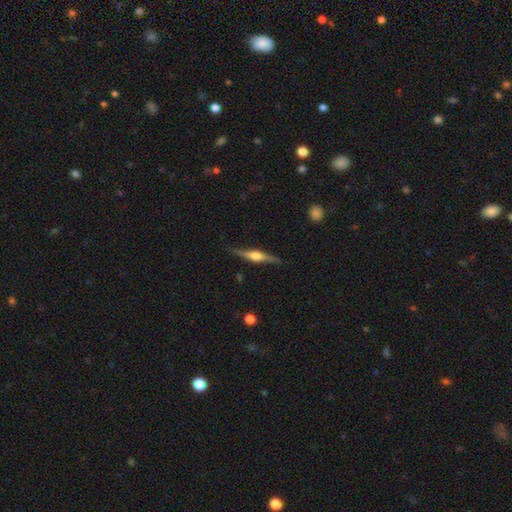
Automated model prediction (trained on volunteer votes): This is likely a featured or disk galaxy (76%). It is clearly viewed edge-on (97%). Edge-on bulge: clearly rounded (89%). Merging: clearly none (84%).